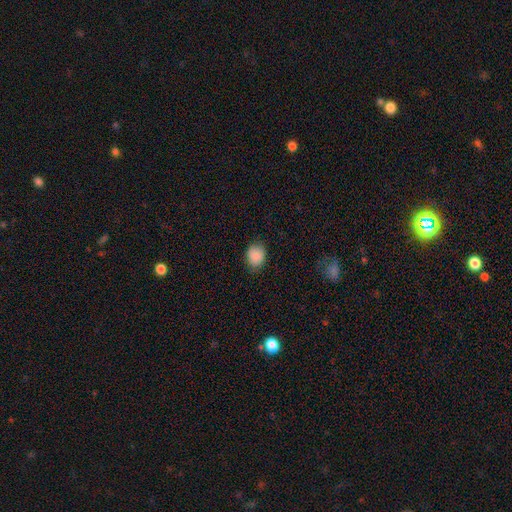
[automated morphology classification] Overall: smooth (88%). How rounded: round (52%; in between 47%). Merging: none (79%).